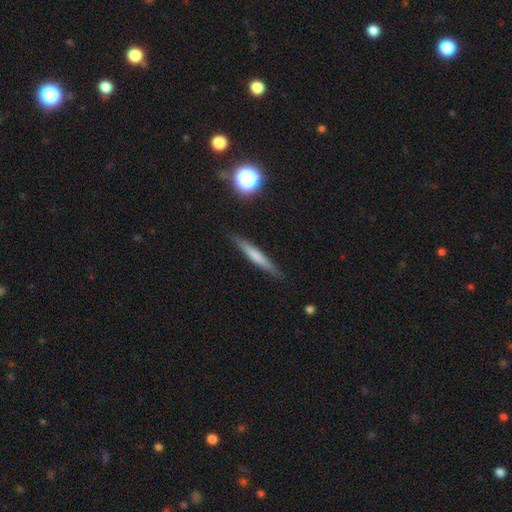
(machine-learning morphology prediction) A smooth galaxy with no disk features (58%) that is cigar-shaped (94%).

Vote fractions:
- Smooth or featured? smooth: 58% / featured or disk: 34% / star or artifact: 8%
- How rounded? cigar-shaped: 94% / in between: 4% / round: 2%
- Merging? none: 88% / minor disturbance: 9% / major disturbance: 2% / merger: 1%